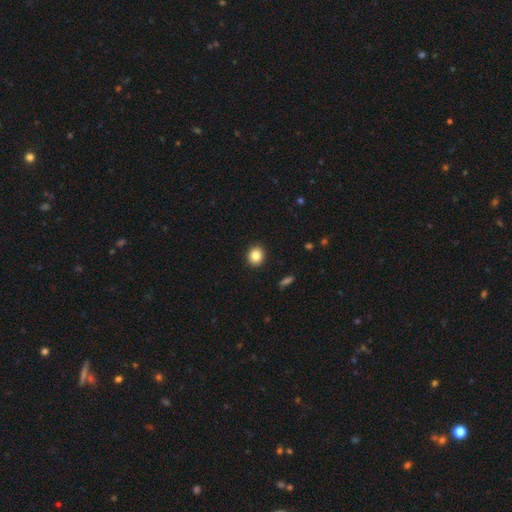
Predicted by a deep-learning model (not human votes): Smooth or featured: smooth — 84% (star or artifact — 10%)
How rounded: round — 76% (in between — 23%)
Merging: none — 92% (minor disturbance — 6%)